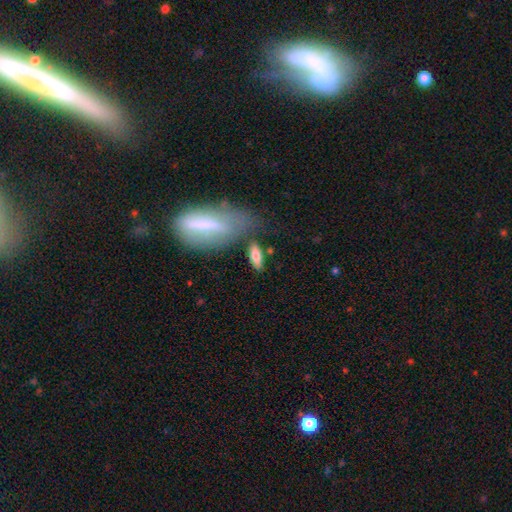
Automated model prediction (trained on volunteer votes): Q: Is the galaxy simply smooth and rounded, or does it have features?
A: smooth — 75%.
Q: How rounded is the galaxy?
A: in between — 68%.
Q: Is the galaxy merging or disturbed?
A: none — 71%.